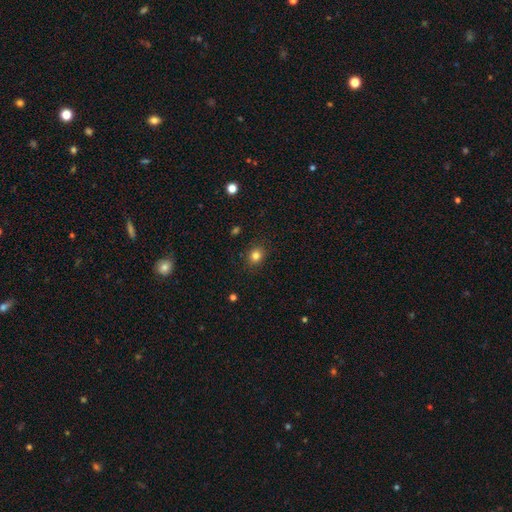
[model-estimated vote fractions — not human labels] This is clearly a smooth galaxy (81%). How rounded: likely round (67%). Merging: clearly none (88%).